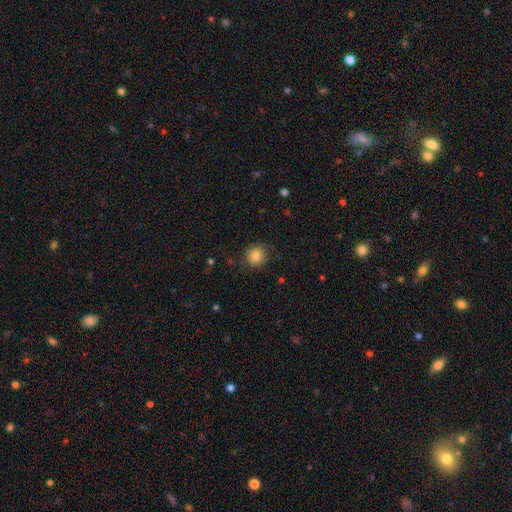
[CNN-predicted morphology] A smooth galaxy with no disk features (83%) that is round (84%).

Vote fractions:
- Smooth or featured? smooth: 83% / star or artifact: 10% / featured or disk: 7%
- How rounded? round: 84% / in between: 15% / cigar-shaped: 1%
- Merging? none: 80% / minor disturbance: 14% / major disturbance: 5% / merger: 1%